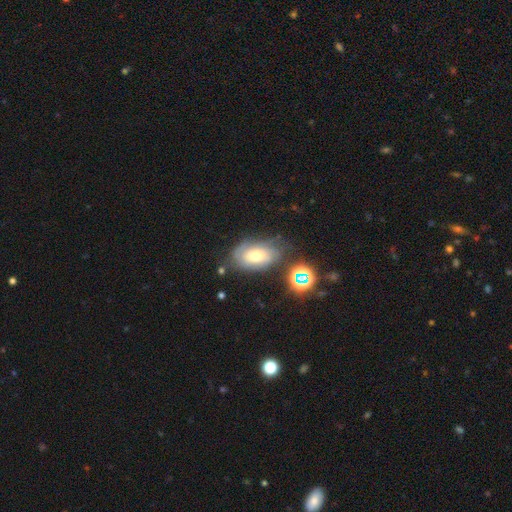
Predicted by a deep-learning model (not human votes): Q: Smooth or featured?
A: featured or disk (50%); runner-up: smooth (36%)
Q: Edge-on disk?
A: no (93%); runner-up: yes (7%)
Q: Merging?
A: none (58%); runner-up: minor disturbance (24%)